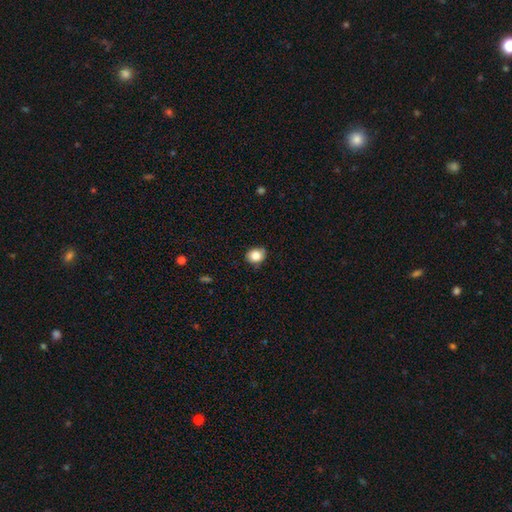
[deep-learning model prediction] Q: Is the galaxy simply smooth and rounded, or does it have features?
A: smooth — 84%.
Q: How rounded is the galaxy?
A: round — 62%.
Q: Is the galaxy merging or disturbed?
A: none — 81%.